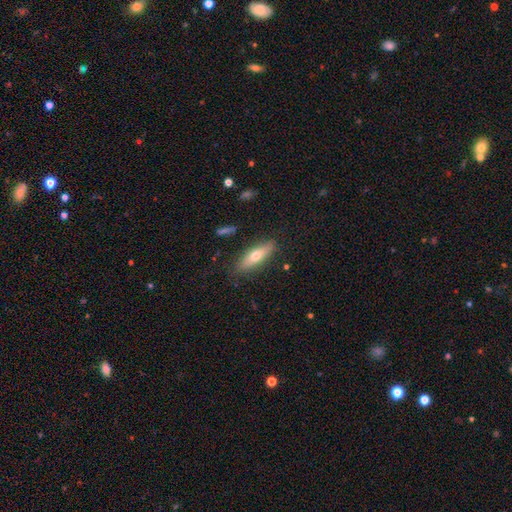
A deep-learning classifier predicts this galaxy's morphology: smooth-or-featured: smooth: 61% | featured or disk: 33% | star or artifact: 7%
  how-rounded: cigar-shaped: 50% | in between: 48% | round: 3%
  merging: none: 85% | minor disturbance: 11% | major disturbance: 3% | merger: 2%